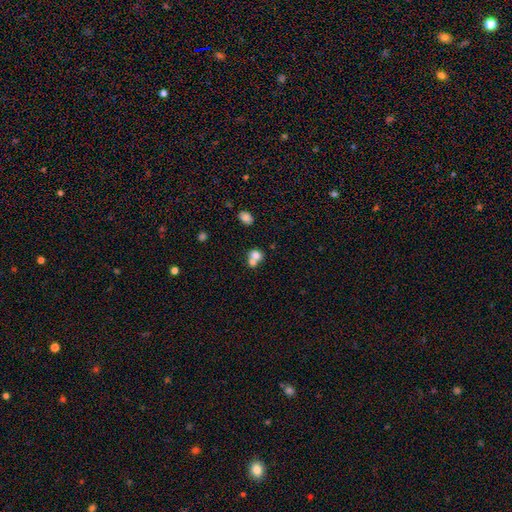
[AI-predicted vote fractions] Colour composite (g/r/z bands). It shows a smooth galaxy with no disk features (73%) that is round (65%). Merging: merger (61%).